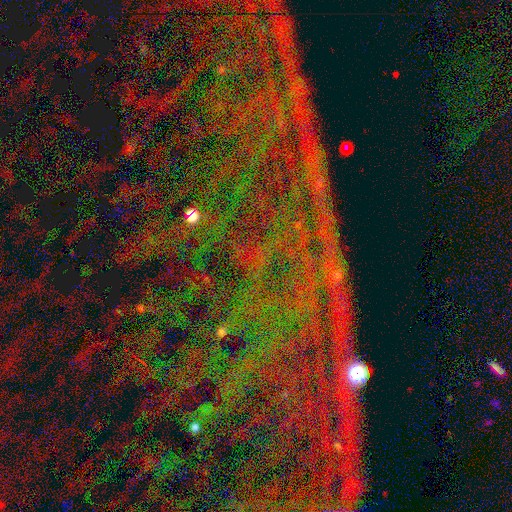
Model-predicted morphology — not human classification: A star or artifact, not a galaxy (83%).

Vote fractions:
- Smooth or featured? star or artifact: 83% / featured or disk: 9% / smooth: 8%